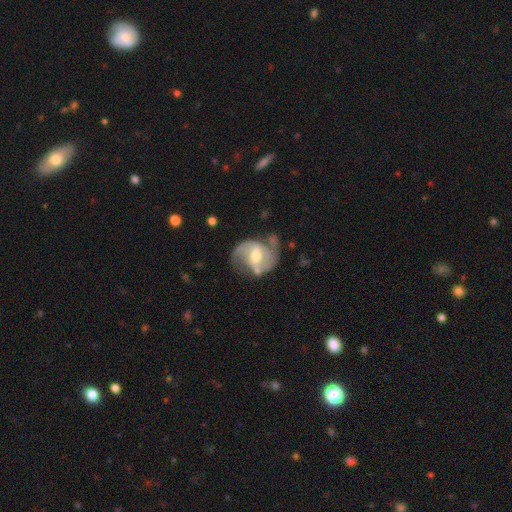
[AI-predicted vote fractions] smooth_or_featured: featured or disk (p=0.86) [alt: smooth p=0.09]
disk_edge_on: no (p=0.98) [alt: yes p=0.02]
bar: weak (p=0.50) [alt: strong p=0.25]
has_spiral_arms: yes (p=0.95) [alt: no p=0.05]
spiral_winding: medium (p=0.54) [alt: loose p=0.28]
spiral_arm_count: 2 (p=0.90) [alt: can't tell p=0.04]
bulge_size: moderate (p=0.63) [alt: small p=0.31]
merging: none (p=0.66) [alt: minor disturbance p=0.20]